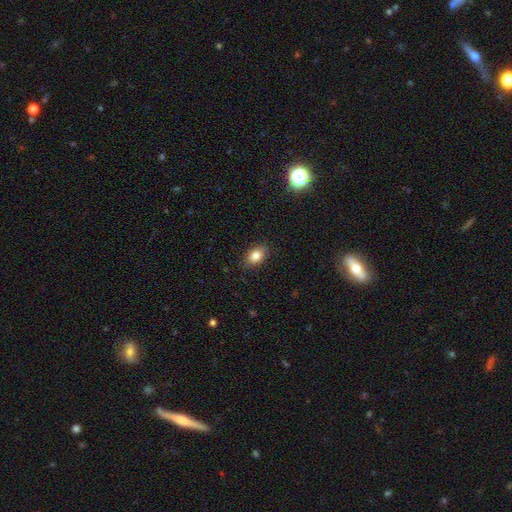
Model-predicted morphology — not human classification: This appears to be a smooth galaxy with no disk features (83%) that is in between round and cigar-shaped (80%). Merging: none (87%).